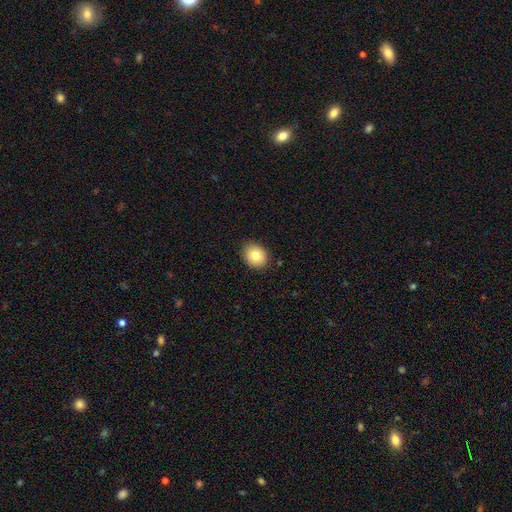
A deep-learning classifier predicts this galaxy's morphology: A smooth galaxy with no disk features (81%) that is round (60%). Merging: none (88%).